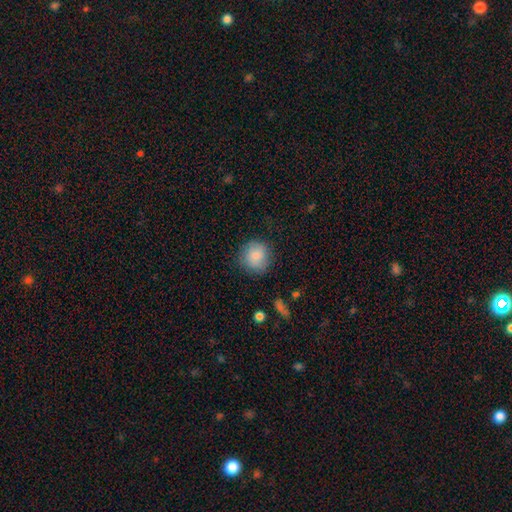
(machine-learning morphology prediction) smooth-or-featured: smooth: 84% | featured or disk: 8% | star or artifact: 8%
  how-rounded: round: 89% | in between: 10% | cigar-shaped: 1%
  merging: none: 81% | minor disturbance: 14% | major disturbance: 4% | merger: 1%